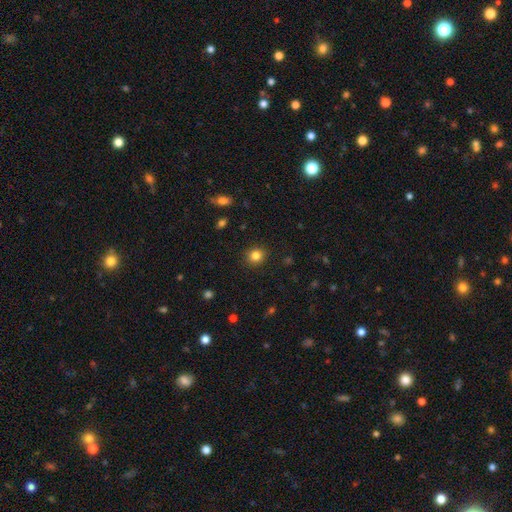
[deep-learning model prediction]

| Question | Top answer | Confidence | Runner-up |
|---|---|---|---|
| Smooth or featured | smooth | 83% | star or artifact (12%) |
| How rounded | round | 86% | in between (13%) |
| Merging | none | 91% | minor disturbance (6%) |